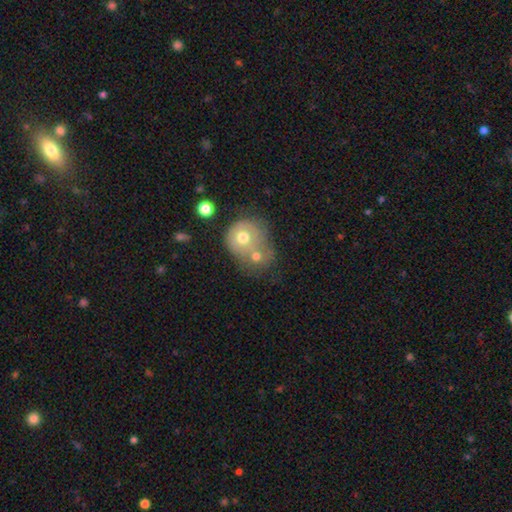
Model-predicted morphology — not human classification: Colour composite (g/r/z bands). It shows a smooth galaxy with no disk features (63%) that is round (76%). Merging: merger (62%).